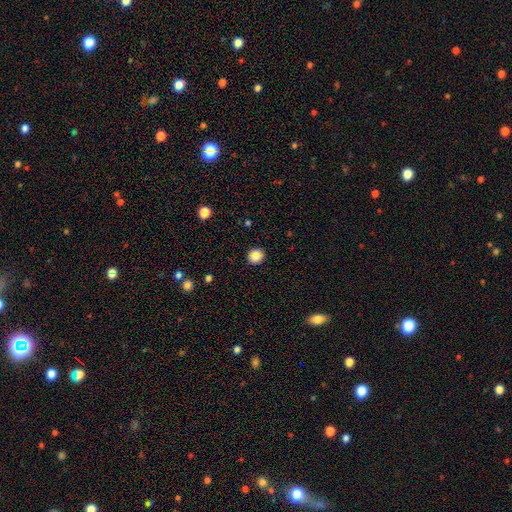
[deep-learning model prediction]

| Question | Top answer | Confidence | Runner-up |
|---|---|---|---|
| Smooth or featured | smooth | 73% | star or artifact (18%) |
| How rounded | round | 79% | in between (19%) |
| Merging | none | 82% | minor disturbance (10%) |